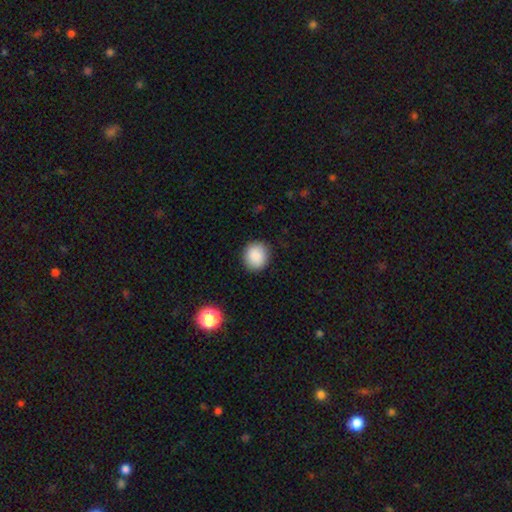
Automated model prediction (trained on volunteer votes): smooth 88%, star or artifact 8%, featured or disk 4%. Down the decision tree: how rounded — round (82%); merging — none (89%).